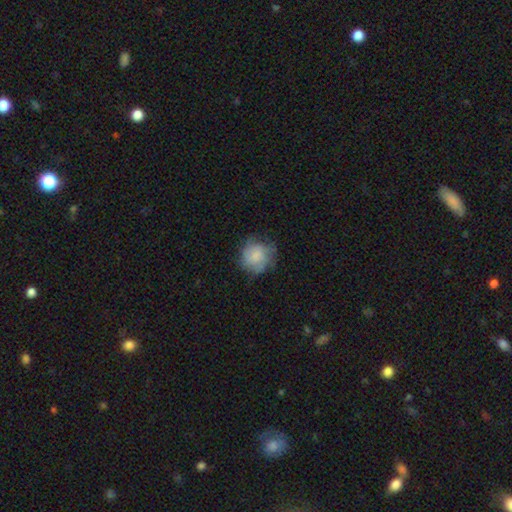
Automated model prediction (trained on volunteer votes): smooth-or-featured: smooth: 64% | featured or disk: 28% | star or artifact: 8%
  how-rounded: round: 86% | in between: 14% | cigar-shaped: 1%
  merging: none: 64% | minor disturbance: 24% | major disturbance: 10% | merger: 1%